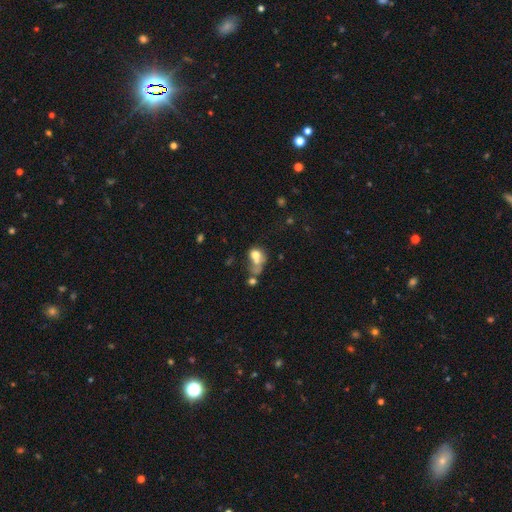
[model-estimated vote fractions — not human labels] Smooth or featured: smooth — 63% (featured or disk — 24%)
How rounded: round — 50% (in between — 48%)
Merging: merger — 52% (none — 19%)